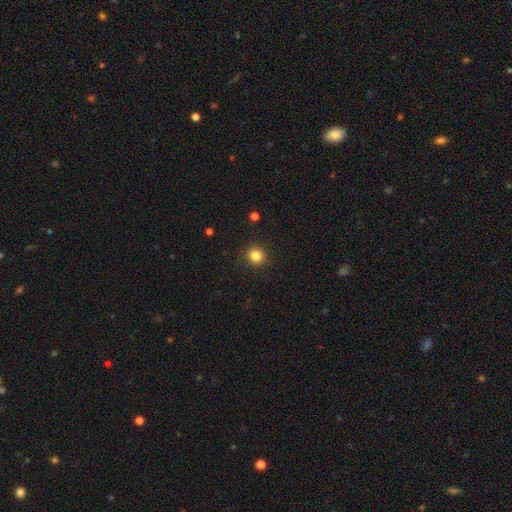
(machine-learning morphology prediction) The model was most divided on "smooth or featured": smooth: 83%, star or artifact: 12%, featured or disk: 5%. More confident: how rounded — round (92%); merging — none (92%).